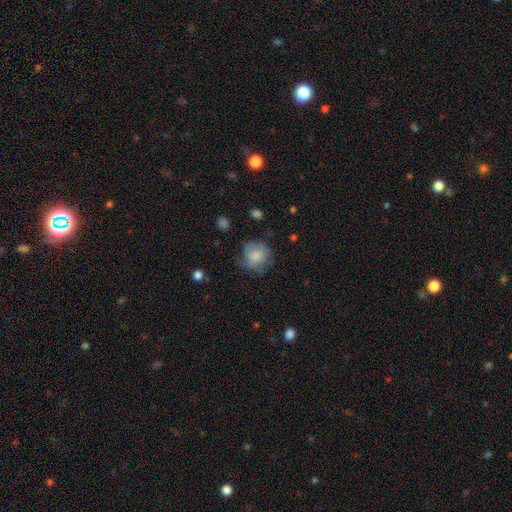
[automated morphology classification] Smooth or featured? Predicted: smooth (p=0.67). How rounded? Predicted: round (p=0.81). Merging? Predicted: none (p=0.57).